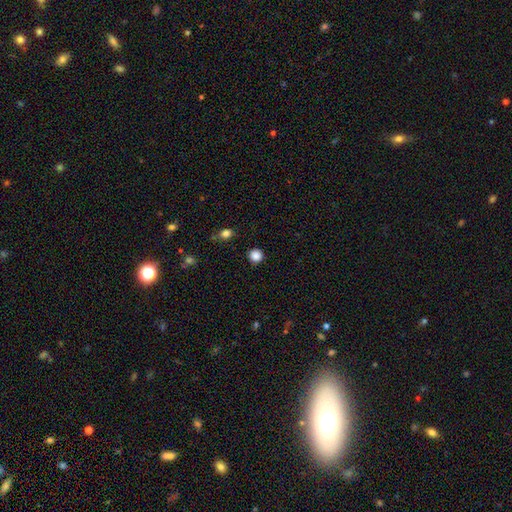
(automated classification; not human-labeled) This is clearly a smooth galaxy (86%). How rounded: clearly round (94%). Merging: clearly none (91%).